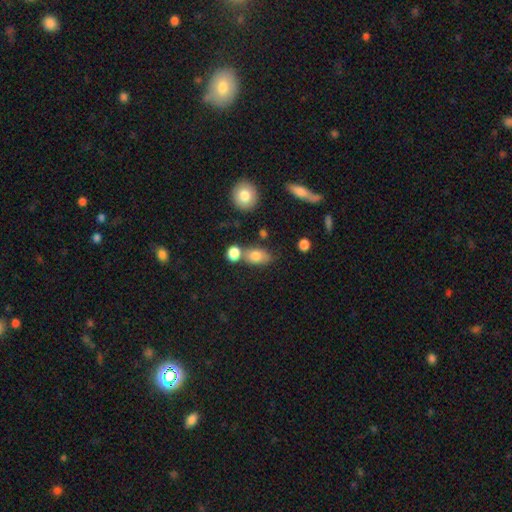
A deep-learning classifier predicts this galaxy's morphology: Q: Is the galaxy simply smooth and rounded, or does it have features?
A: smooth — 78%.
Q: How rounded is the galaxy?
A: in between — 80%.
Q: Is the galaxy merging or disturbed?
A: none — 53%.